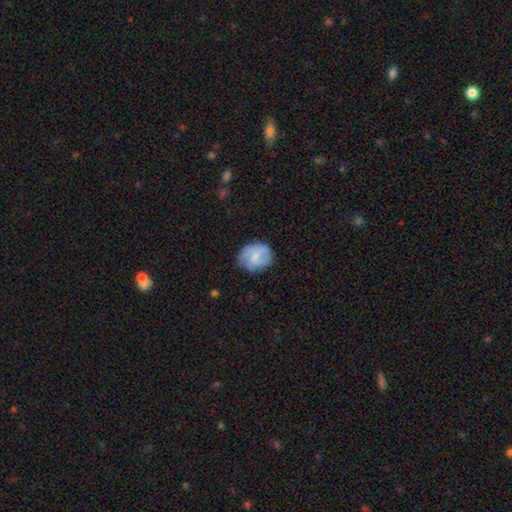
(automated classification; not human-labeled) This is possibly a smooth galaxy (53%). How rounded: likely round (64%). Merging: likely none (65%).